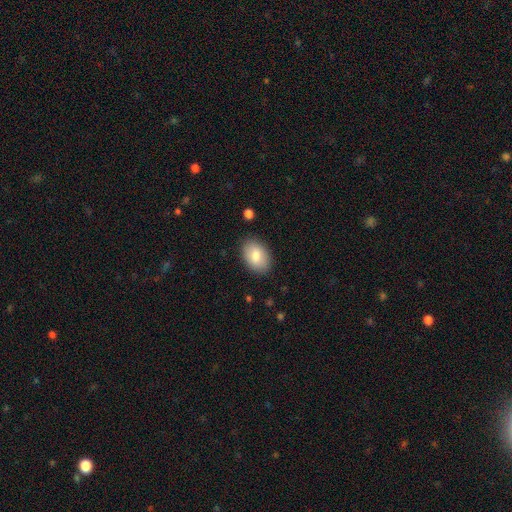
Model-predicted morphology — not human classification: The model was most divided on "smooth or featured": smooth: 82%, featured or disk: 11%, star or artifact: 7%. More confident: how rounded — in between (87%); merging — none (87%).